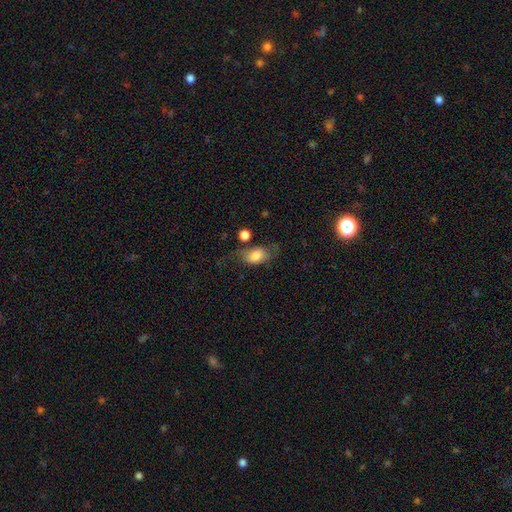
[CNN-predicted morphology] A smooth galaxy with no disk features (71%) that is in between round and cigar-shaped (84%).

Vote fractions:
- Smooth or featured? smooth: 71% / featured or disk: 21% / star or artifact: 8%
- How rounded? in between: 84% / round: 12% / cigar-shaped: 4%
- Merging? none: 43% / minor disturbance: 26% / major disturbance: 23% / merger: 8%